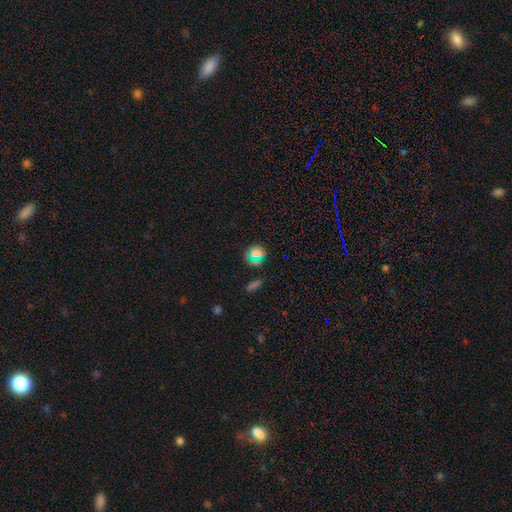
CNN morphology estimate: type=smooth (58%); roundness=round (83%); merging=none (78%).